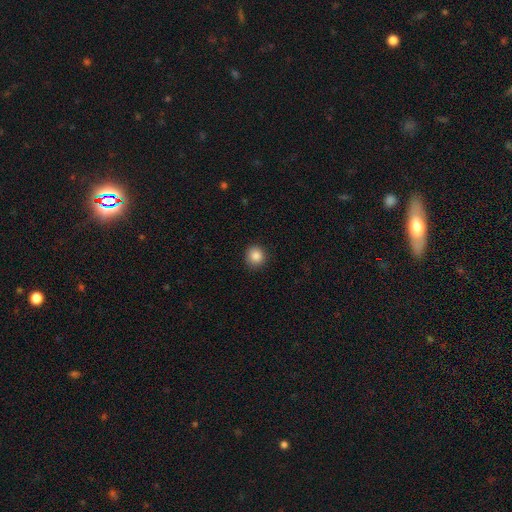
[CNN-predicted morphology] The model was most divided on "smooth or featured": smooth: 87%, star or artifact: 10%, featured or disk: 4%. More confident: how rounded — round (89%); merging — none (88%).